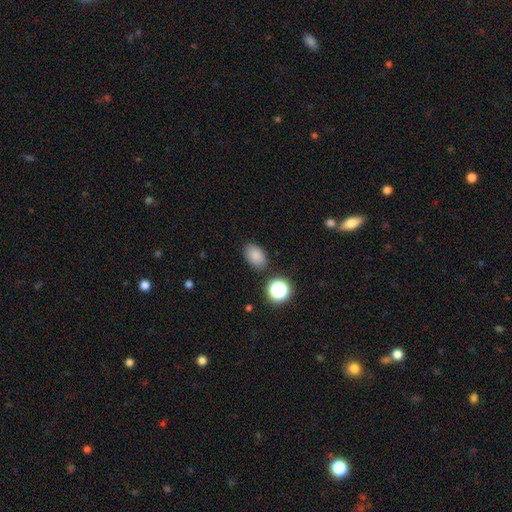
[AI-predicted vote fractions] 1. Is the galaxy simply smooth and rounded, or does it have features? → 83% smooth, 11% star or artifact, 6% featured or disk.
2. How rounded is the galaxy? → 87% in between, 12% round, 1% cigar-shaped.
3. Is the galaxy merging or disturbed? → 83% none, 11% minor disturbance, 4% merger, 3% major disturbance.